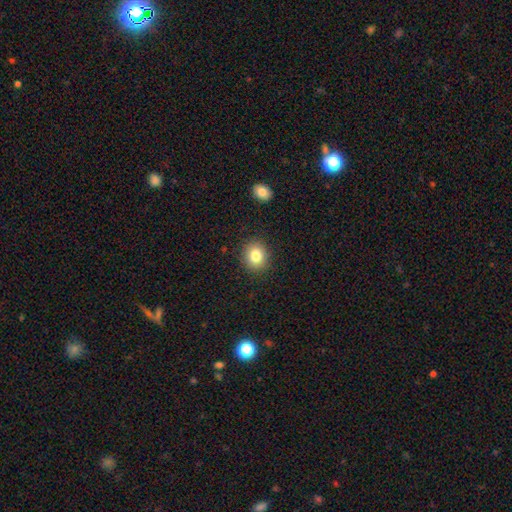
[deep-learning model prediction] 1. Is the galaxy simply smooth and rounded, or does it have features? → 82% smooth, 10% star or artifact, 8% featured or disk.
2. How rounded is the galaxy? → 72% round, 27% in between, 1% cigar-shaped.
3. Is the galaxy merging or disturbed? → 89% none, 7% minor disturbance, 2% major disturbance, 1% merger.